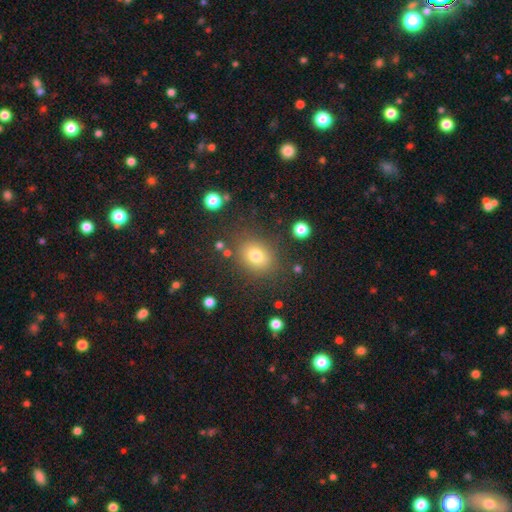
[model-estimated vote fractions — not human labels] Q: Smooth or featured?
A: smooth (77%); runner-up: star or artifact (14%)
Q: How rounded?
A: round (60%); runner-up: in between (39%)
Q: Merging?
A: none (80%); runner-up: minor disturbance (11%)